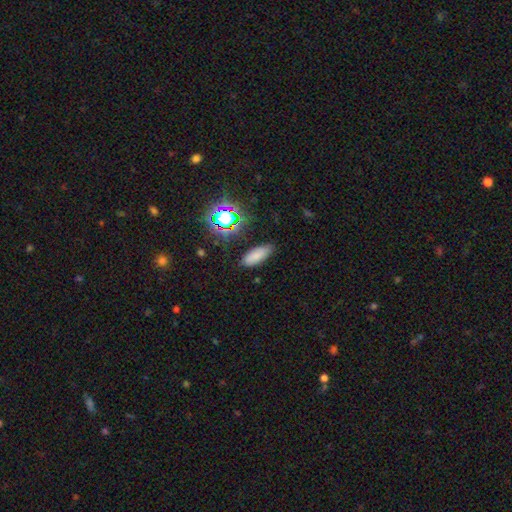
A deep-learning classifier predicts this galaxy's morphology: A smooth galaxy with no disk features (75%) that is in between round and cigar-shaped (77%). Merging: none (78%).